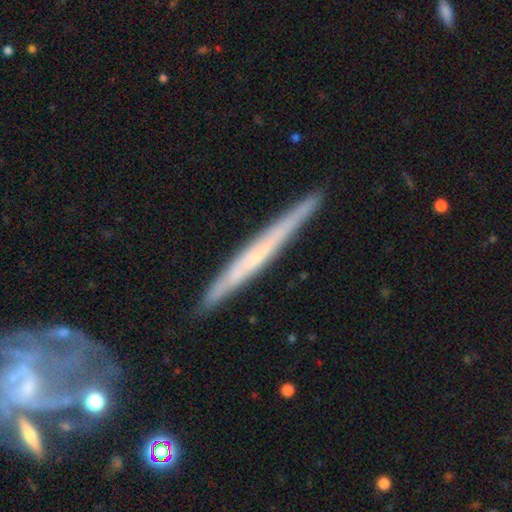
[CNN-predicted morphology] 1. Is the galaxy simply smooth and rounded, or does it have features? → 61% featured or disk, 33% smooth, 6% star or artifact.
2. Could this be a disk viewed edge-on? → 95% yes, 5% no.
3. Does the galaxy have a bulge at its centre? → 77% none, 17% rounded, 6% boxy.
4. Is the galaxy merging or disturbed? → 89% none, 8% minor disturbance, 1% merger, 1% major disturbance.